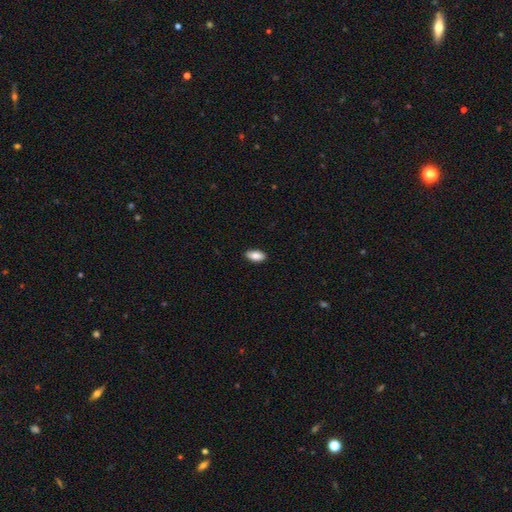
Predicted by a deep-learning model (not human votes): Q: Smooth or featured?
A: smooth (86%); runner-up: featured or disk (8%)
Q: How rounded?
A: in between (92%); runner-up: cigar-shaped (5%)
Q: Merging?
A: none (89%); runner-up: minor disturbance (9%)